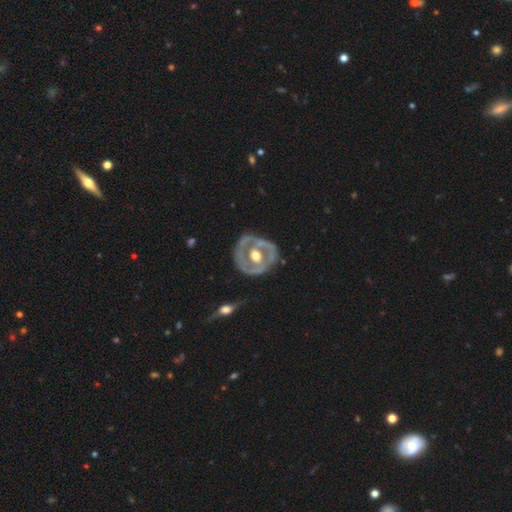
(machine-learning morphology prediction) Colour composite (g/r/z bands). It shows a featured or disk galaxy (73%) with no bar (66%), no spiral arms (69%) and a moderate central bulge (72%). Merging: none (67%).